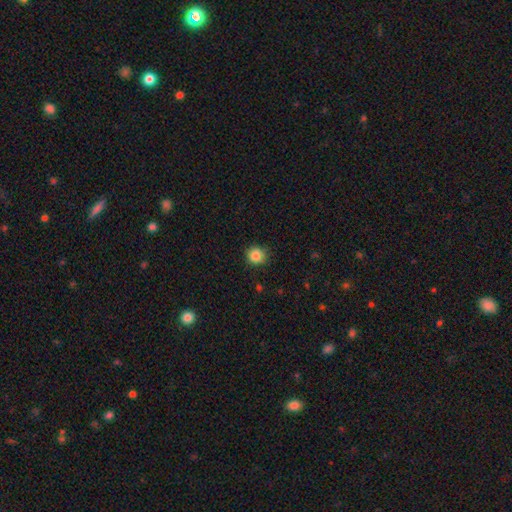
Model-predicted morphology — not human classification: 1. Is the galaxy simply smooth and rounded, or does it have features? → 86% smooth, 10% star or artifact, 4% featured or disk.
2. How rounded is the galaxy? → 90% round, 9% in between, 1% cigar-shaped.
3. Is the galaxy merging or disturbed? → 86% none, 11% minor disturbance, 2% major disturbance, 1% merger.